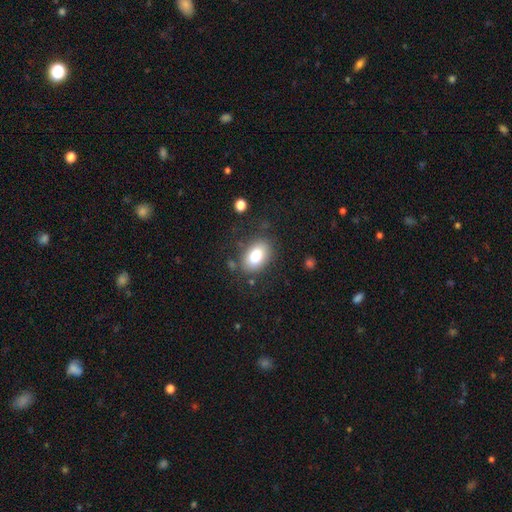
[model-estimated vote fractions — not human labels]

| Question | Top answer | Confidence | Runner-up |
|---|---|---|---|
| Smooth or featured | smooth | 83% | featured or disk (10%) |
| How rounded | in between | 87% | round (11%) |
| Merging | none | 78% | minor disturbance (14%) |